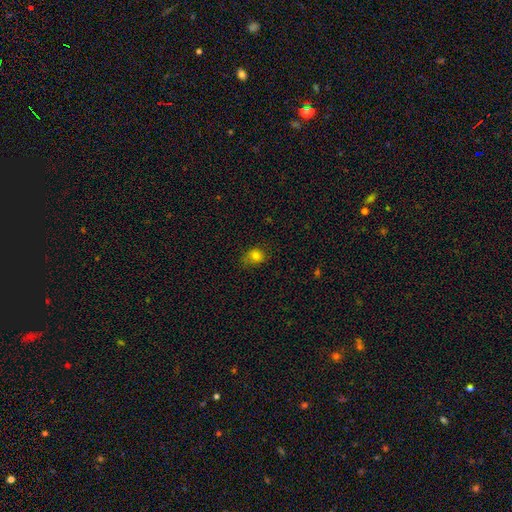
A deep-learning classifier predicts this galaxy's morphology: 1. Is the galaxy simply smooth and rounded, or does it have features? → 79% smooth, 13% star or artifact, 8% featured or disk.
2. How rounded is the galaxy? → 56% round, 43% in between, 1% cigar-shaped.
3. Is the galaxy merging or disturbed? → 63% none, 27% minor disturbance, 8% major disturbance, 2% merger.